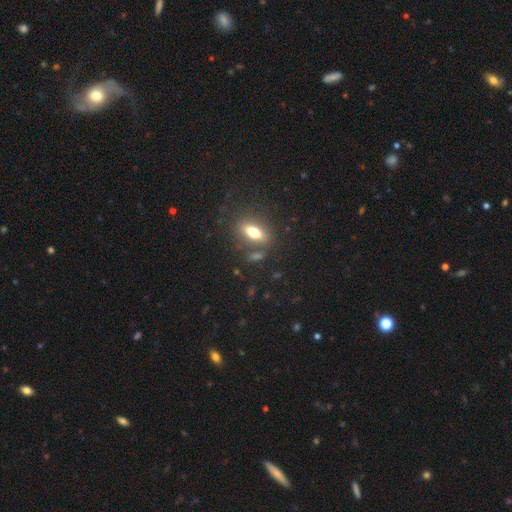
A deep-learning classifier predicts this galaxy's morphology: A smooth galaxy with no disk features (59%) that is in between round and cigar-shaped (69%). Merging: none (76%).